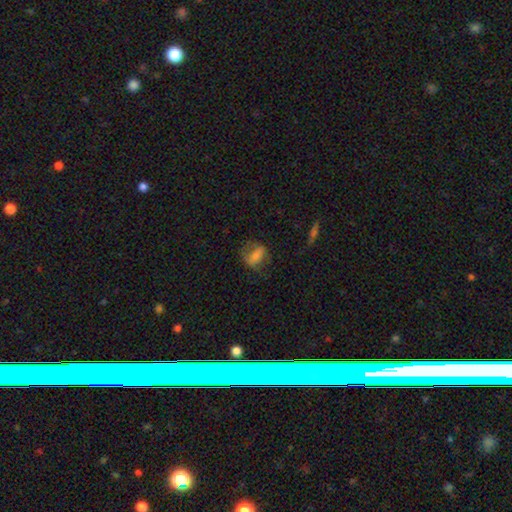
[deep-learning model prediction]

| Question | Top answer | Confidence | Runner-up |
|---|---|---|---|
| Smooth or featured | smooth | 59% | featured or disk (30%) |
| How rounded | in between | 67% | round (28%) |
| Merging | none | 62% | minor disturbance (22%) |